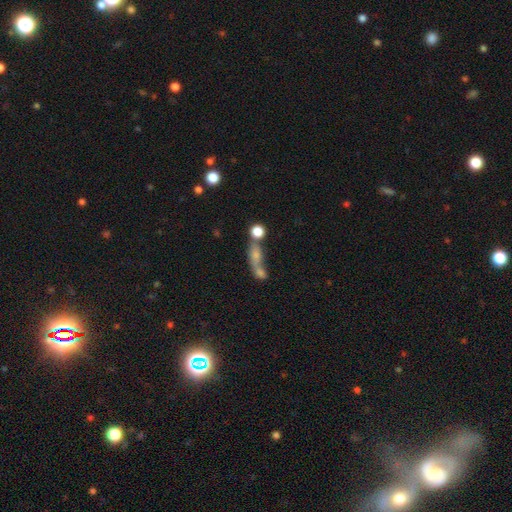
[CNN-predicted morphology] Smooth or featured?
  - smooth: 66% *
  - featured or disk: 21%
  - star or artifact: 14%
How rounded?
  - in between: 49% *
  - round: 31%
  - cigar-shaped: 20%
Merging?
  - merger: 55% *
  - none: 26%
  - major disturbance: 10%
  - minor disturbance: 9%